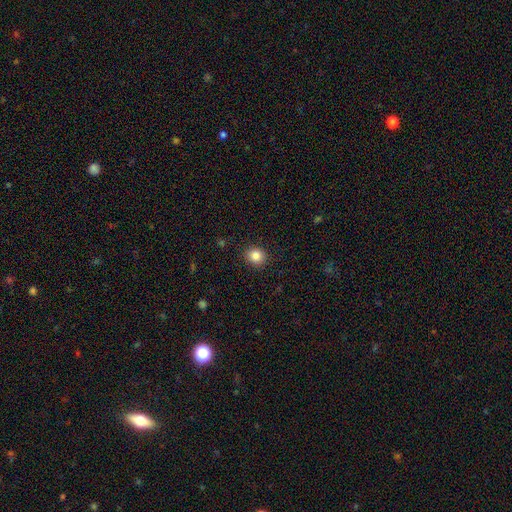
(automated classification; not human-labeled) A smooth galaxy with no disk features (85%) that is round (79%). Merging: none (90%).